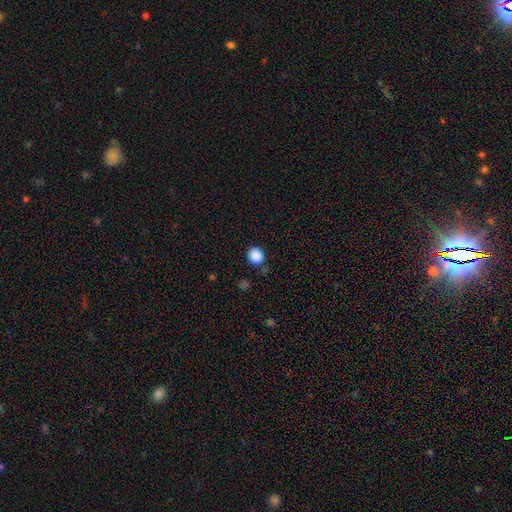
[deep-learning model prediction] This appears to be a smooth galaxy with no disk features (87%) that is round (82%). Merging: none (82%).